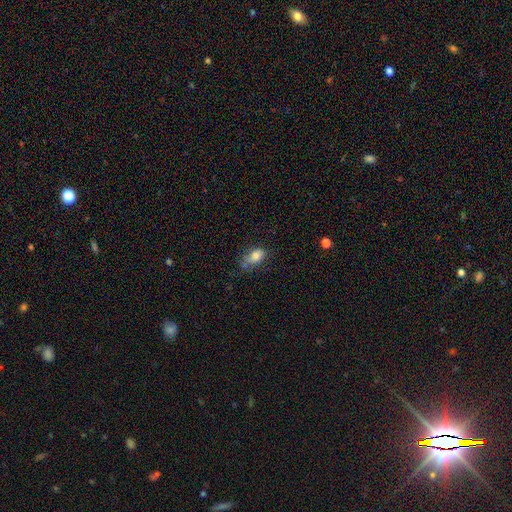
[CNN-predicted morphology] smooth-or-featured: smooth: 79% | featured or disk: 12% | star or artifact: 9%
  how-rounded: in between: 86% | round: 11% | cigar-shaped: 4%
  merging: none: 43% | minor disturbance: 35% | major disturbance: 16% | merger: 6%